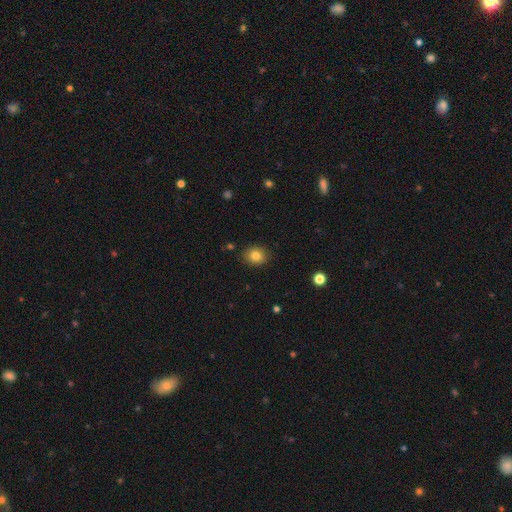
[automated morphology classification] Smooth or featured? smooth (81%)
How rounded? round (62%)
Merging? none (88%)